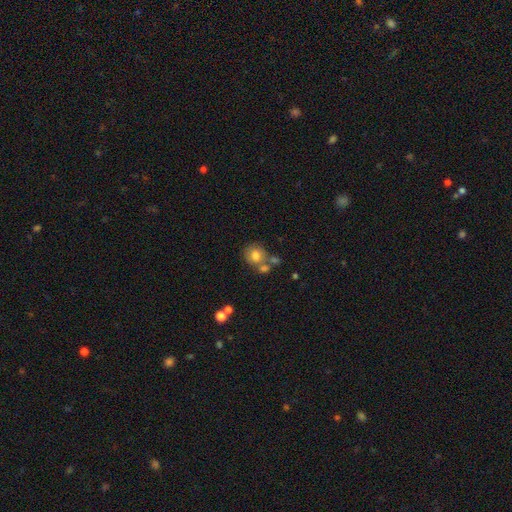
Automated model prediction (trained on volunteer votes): Smooth or featured?
  - smooth: 76% *
  - featured or disk: 13%
  - star or artifact: 11%
How rounded?
  - round: 83% *
  - in between: 16%
  - cigar-shaped: 1%
Merging?
  - none: 56% *
  - merger: 27%
  - minor disturbance: 12%
  - major disturbance: 5%